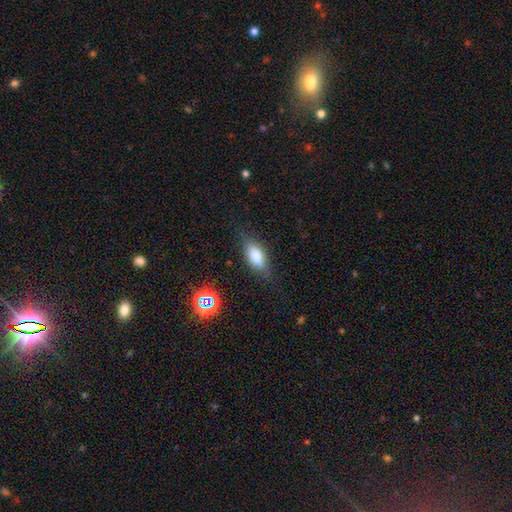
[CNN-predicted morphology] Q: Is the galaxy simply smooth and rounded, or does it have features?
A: smooth — 70%.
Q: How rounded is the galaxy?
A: in between — 76%.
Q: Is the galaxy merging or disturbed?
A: none — 75%.